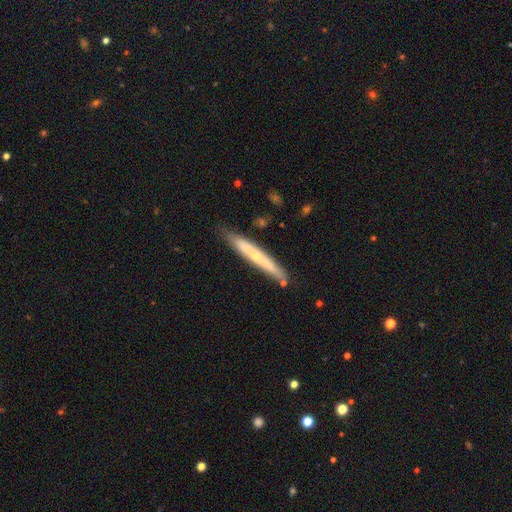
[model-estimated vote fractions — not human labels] Morphology: type=featured or disk (49%); merging=none (81%).